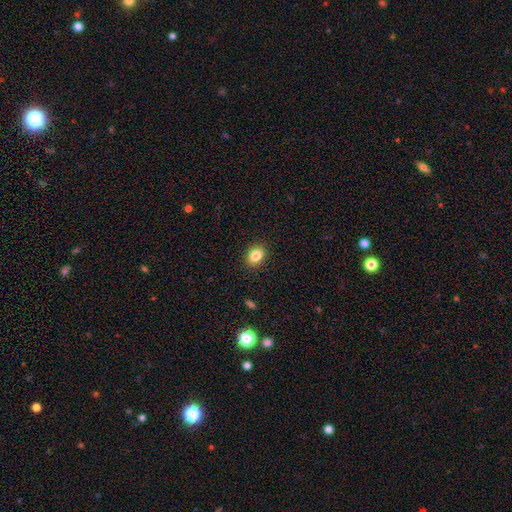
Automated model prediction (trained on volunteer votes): This is clearly a smooth galaxy (85%). How rounded: possibly in between (53%). Merging: clearly none (90%).